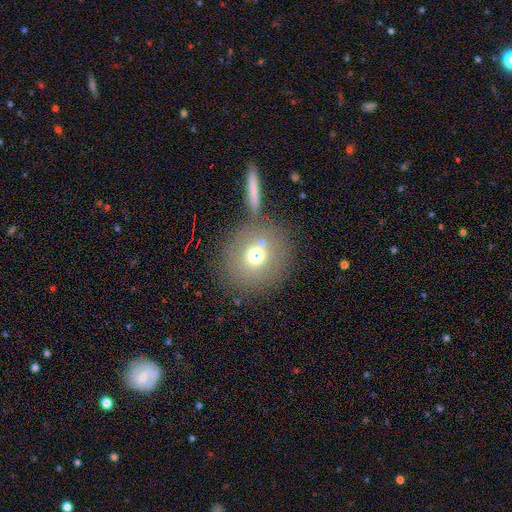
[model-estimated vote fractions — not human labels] The model was most divided on "smooth or featured": smooth: 65%, star or artifact: 19%, featured or disk: 16%. More confident: how rounded — round (85%); merging — none (69%).